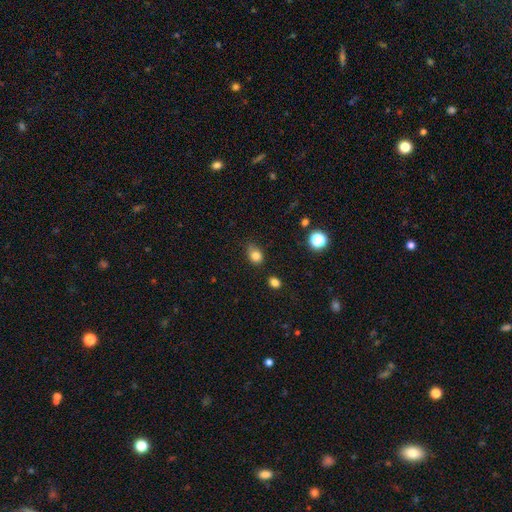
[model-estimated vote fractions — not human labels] Smooth or featured? smooth (81%)
How rounded? round (52%)
Merging? none (61%)